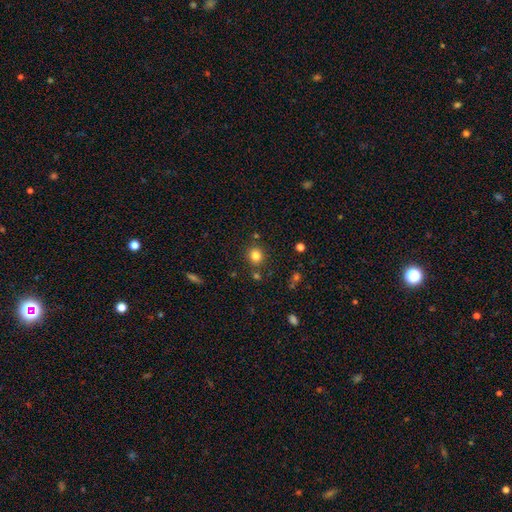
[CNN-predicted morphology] Smooth or featured? Predicted: smooth (p=0.80). How rounded? Predicted: round (p=0.86). Merging? Predicted: none (p=0.82).